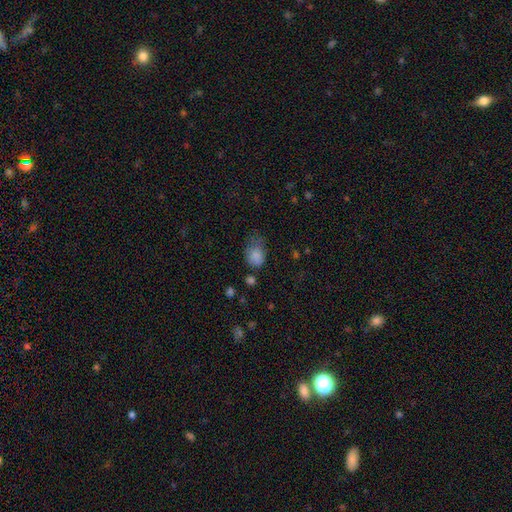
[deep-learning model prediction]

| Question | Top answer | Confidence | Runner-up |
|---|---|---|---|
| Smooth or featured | smooth | 79% | star or artifact (10%) |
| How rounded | in between | 68% | round (31%) |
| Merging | minor disturbance | 39% | none (31%) |